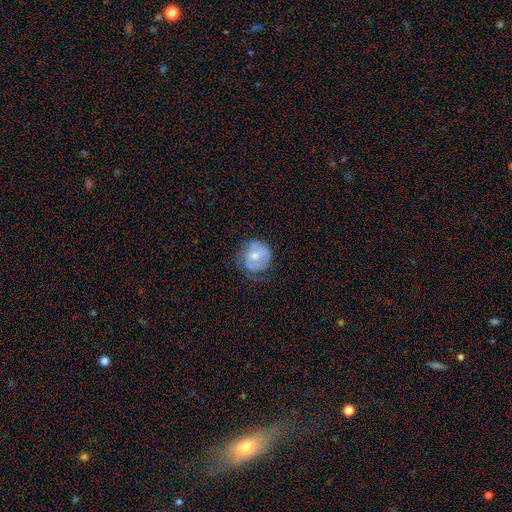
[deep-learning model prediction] A smooth galaxy with no disk features (49%). Merging: none (54%).